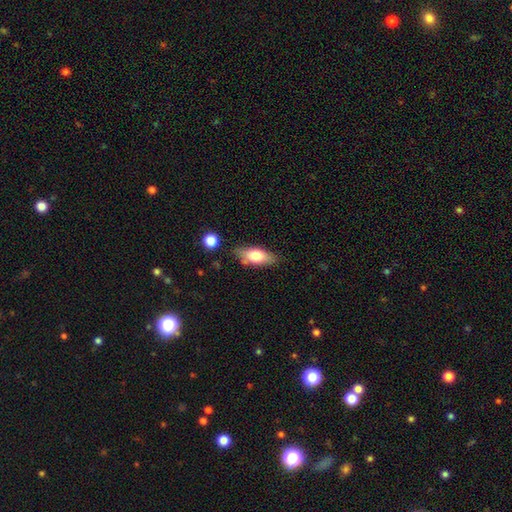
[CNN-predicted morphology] Smooth or featured? smooth (73%)
How rounded? in between (79%)
Merging? none (73%)